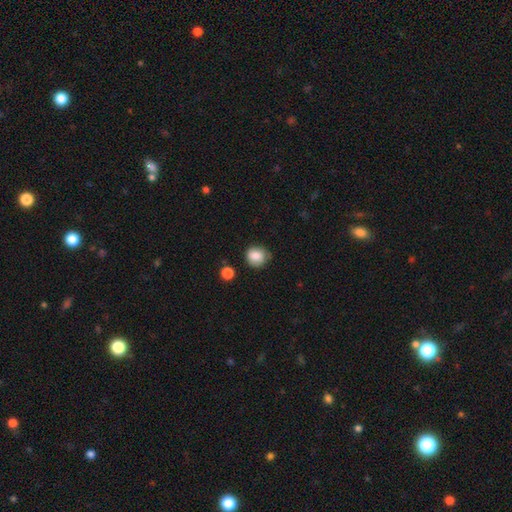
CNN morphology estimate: Overall: smooth (81%). How rounded: round (83%). Merging: none (70%).